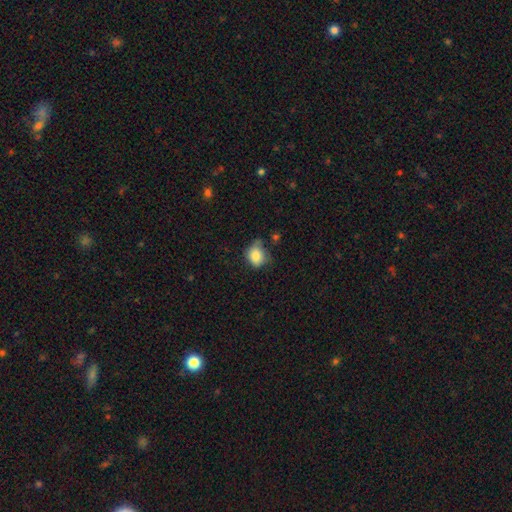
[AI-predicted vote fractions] smooth-or-featured: smooth: 82% | featured or disk: 9% | star or artifact: 9%
  how-rounded: round: 55% | in between: 44% | cigar-shaped: 1%
  merging: none: 43% | minor disturbance: 38% | major disturbance: 13% | merger: 5%